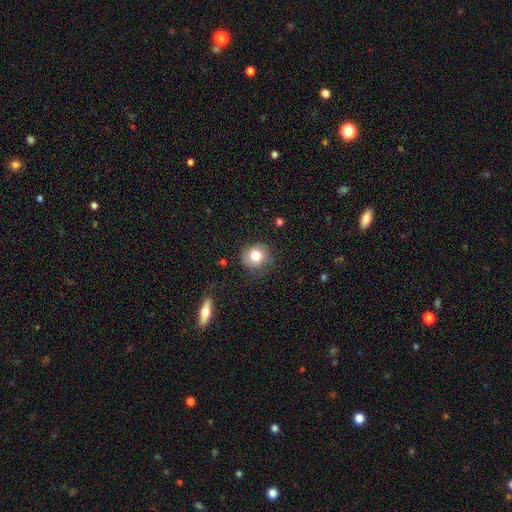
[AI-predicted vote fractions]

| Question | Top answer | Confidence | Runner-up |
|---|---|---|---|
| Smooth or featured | smooth | 77% | featured or disk (14%) |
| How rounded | round | 86% | in between (13%) |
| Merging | none | 74% | minor disturbance (18%) |